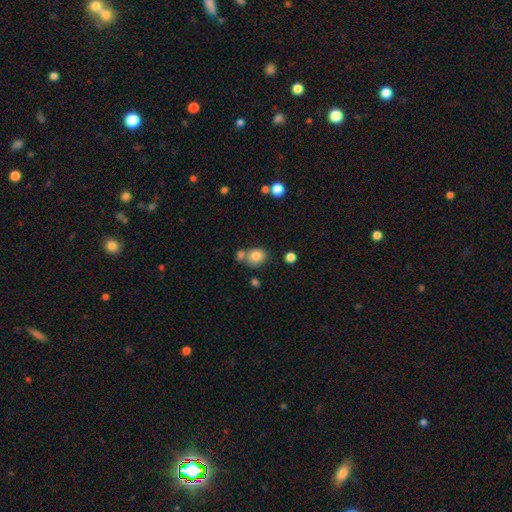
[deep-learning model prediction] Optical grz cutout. It shows a smooth galaxy with no disk features (82%) that is round (62%). Merging: none (55%).